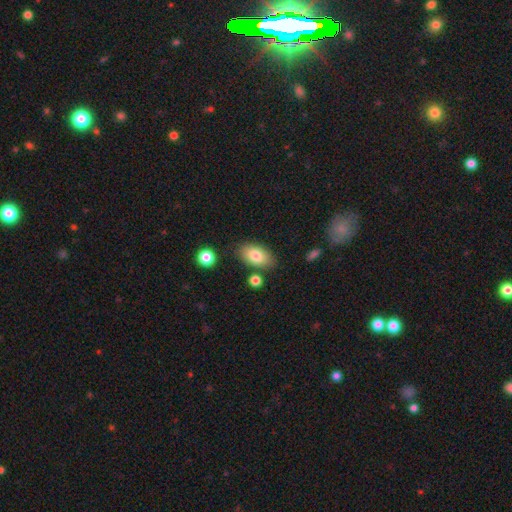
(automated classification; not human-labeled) Smooth or featured: smooth — 80% (featured or disk — 13%)
How rounded: in between — 92% (round — 6%)
Merging: none — 80% (minor disturbance — 12%)